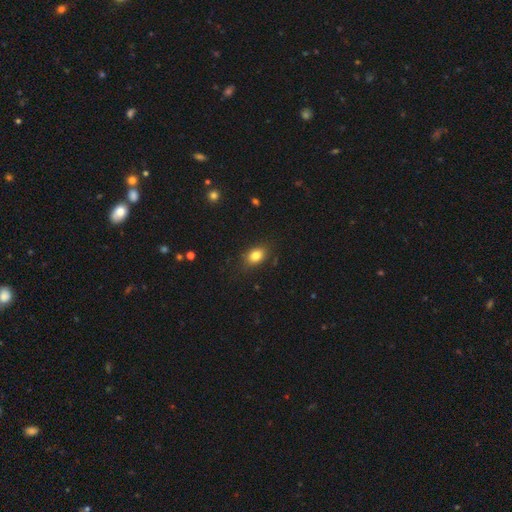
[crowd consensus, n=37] smooth_or_featured: smooth (p=0.84) [alt: featured or disk p=0.11]
how_rounded: in between (p=0.87) [alt: round p=0.10]
merging: none (p=0.71) [alt: minor disturbance p=0.23]